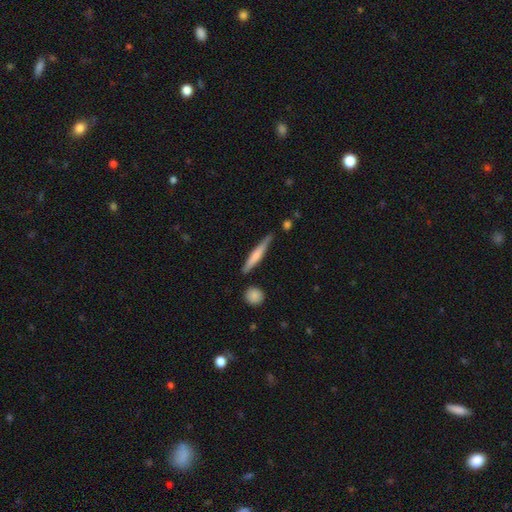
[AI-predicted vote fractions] Overall: smooth (56%; featured or disk 39%). How rounded: cigar-shaped (92%). Merging: none (75%).